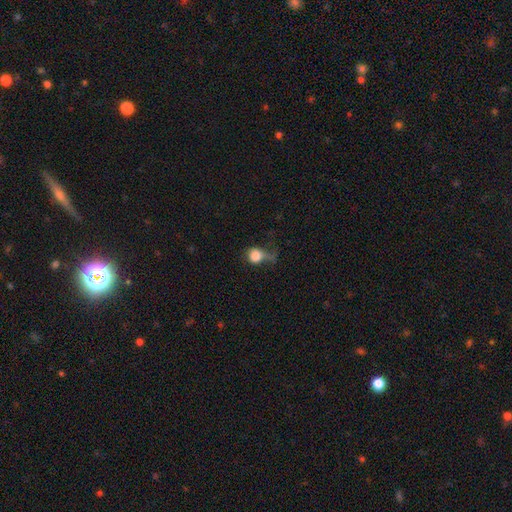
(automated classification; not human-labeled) Smooth or featured?
  - smooth: 78% *
  - featured or disk: 12%
  - star or artifact: 10%
How rounded?
  - round: 76% *
  - in between: 23%
  - cigar-shaped: 1%
Merging?
  - major disturbance: 41% *
  - none: 28%
  - minor disturbance: 26%
  - merger: 5%